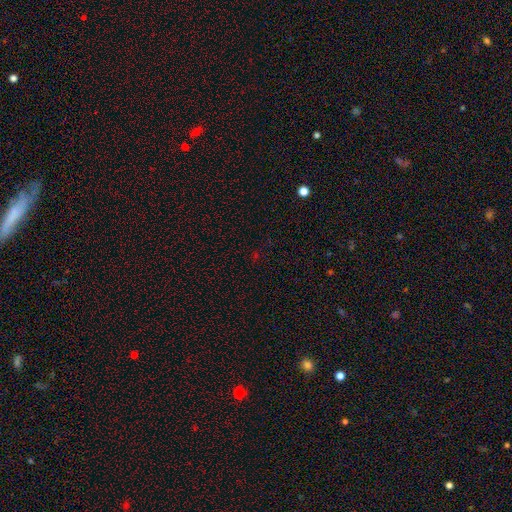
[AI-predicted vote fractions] Q: Smooth or featured?
A: star or artifact (68%); runner-up: smooth (24%)